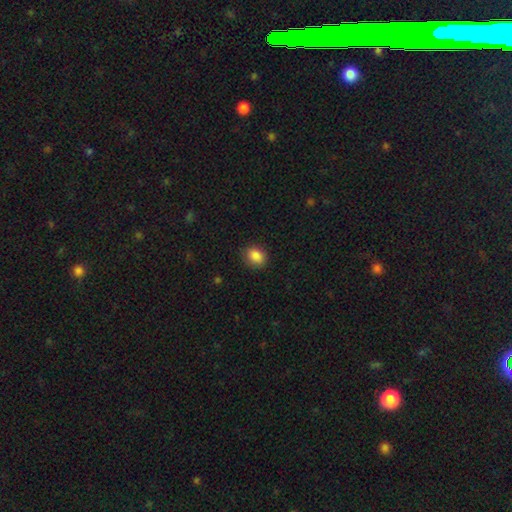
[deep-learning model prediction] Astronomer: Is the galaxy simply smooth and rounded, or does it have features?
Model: smooth — 87%.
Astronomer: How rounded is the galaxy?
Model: in between — 60% (runner-up: round, 39%).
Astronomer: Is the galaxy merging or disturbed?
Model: none — 84%.